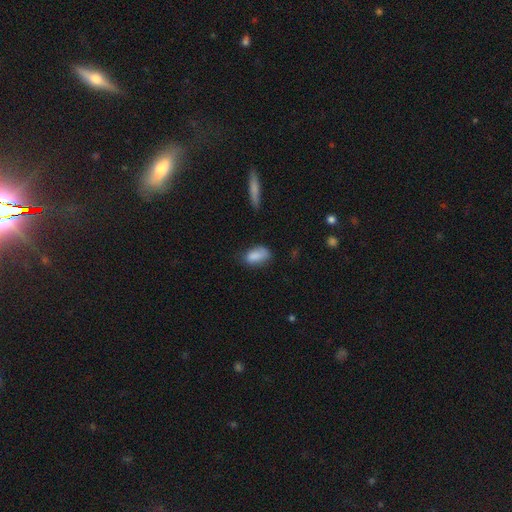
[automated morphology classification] type=smooth (85%); roundness=in between (90%); merging=none (61%).